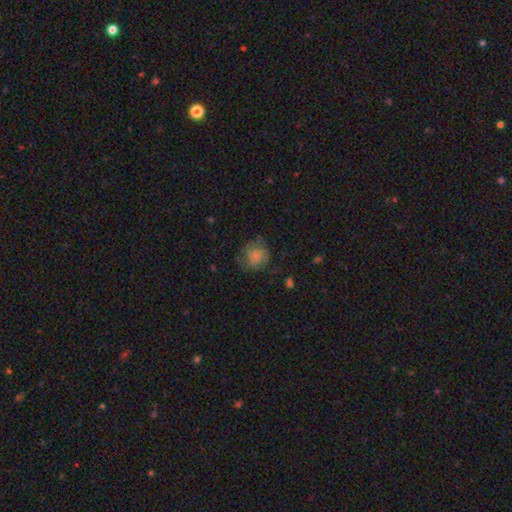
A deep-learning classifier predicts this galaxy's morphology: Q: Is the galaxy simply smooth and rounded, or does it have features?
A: smooth — 76%.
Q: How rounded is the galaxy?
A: round — 83%.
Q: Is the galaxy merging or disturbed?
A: none — 64%.